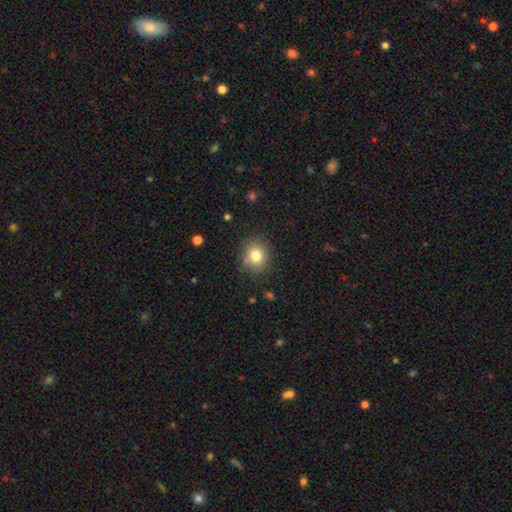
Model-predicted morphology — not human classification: Smooth or featured?
  - smooth: 79% *
  - star or artifact: 12%
  - featured or disk: 9%
How rounded?
  - round: 80% *
  - in between: 19%
  - cigar-shaped: 1%
Merging?
  - none: 85% *
  - minor disturbance: 11%
  - major disturbance: 3%
  - merger: 2%